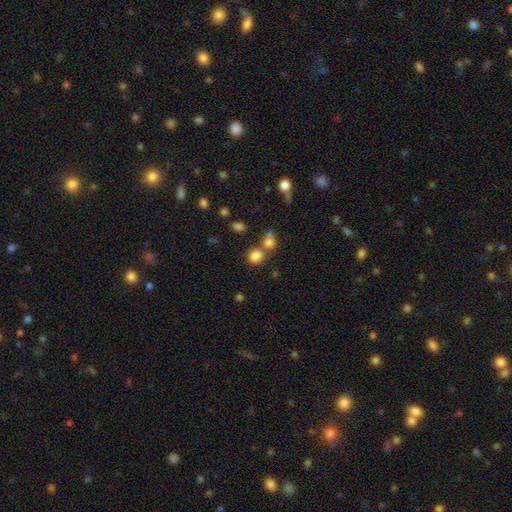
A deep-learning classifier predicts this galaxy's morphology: type=smooth (81%); roundness=round (77%); merging=none (57%).